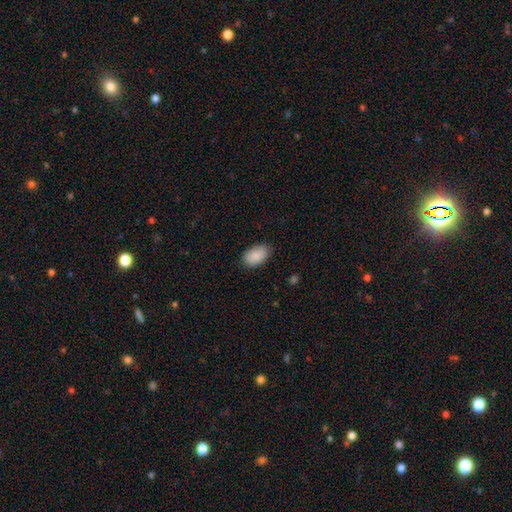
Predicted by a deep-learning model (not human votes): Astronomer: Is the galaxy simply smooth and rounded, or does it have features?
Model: smooth — 89%.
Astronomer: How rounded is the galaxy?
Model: in between — 92%.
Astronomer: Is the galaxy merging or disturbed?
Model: none — 83%.